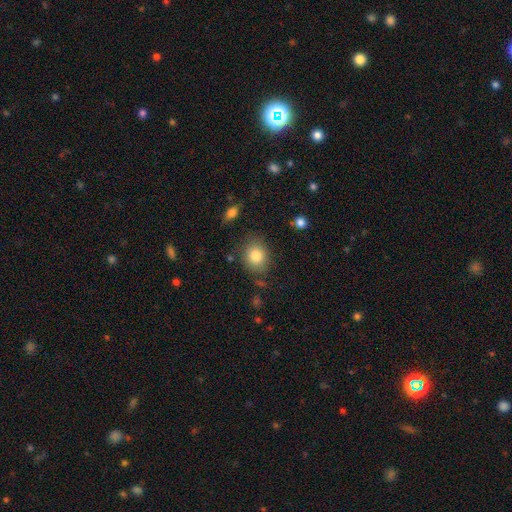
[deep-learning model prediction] Smooth or featured?
  - smooth: 82% *
  - star or artifact: 9%
  - featured or disk: 8%
How rounded?
  - round: 59% *
  - in between: 40%
  - cigar-shaped: 1%
Merging?
  - none: 80% *
  - minor disturbance: 14%
  - major disturbance: 4%
  - merger: 3%